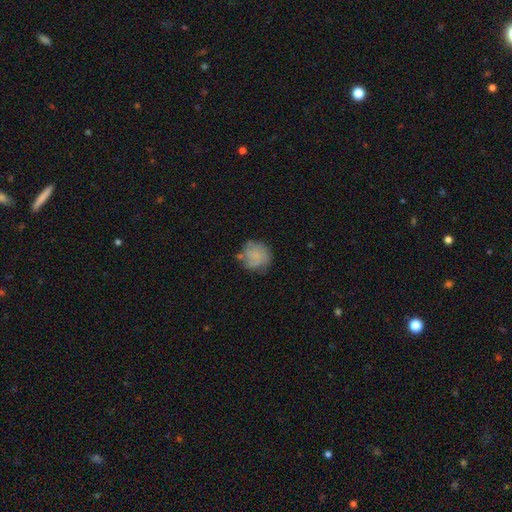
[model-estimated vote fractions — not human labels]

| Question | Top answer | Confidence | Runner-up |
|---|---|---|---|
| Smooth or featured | smooth | 63% | featured or disk (28%) |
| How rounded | round | 82% | in between (17%) |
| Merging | none | 60% | minor disturbance (25%) |